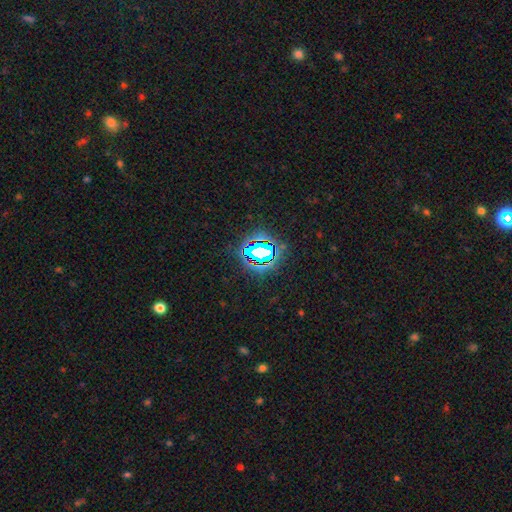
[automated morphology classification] Smooth or featured? star or artifact (82%)